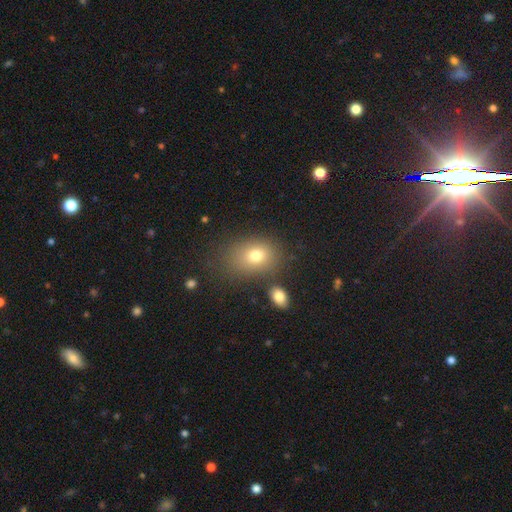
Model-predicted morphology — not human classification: Q: Smooth or featured?
A: smooth (75%); runner-up: star or artifact (13%)
Q: How rounded?
A: in between (68%); runner-up: round (30%)
Q: Merging?
A: none (70%); runner-up: minor disturbance (16%)